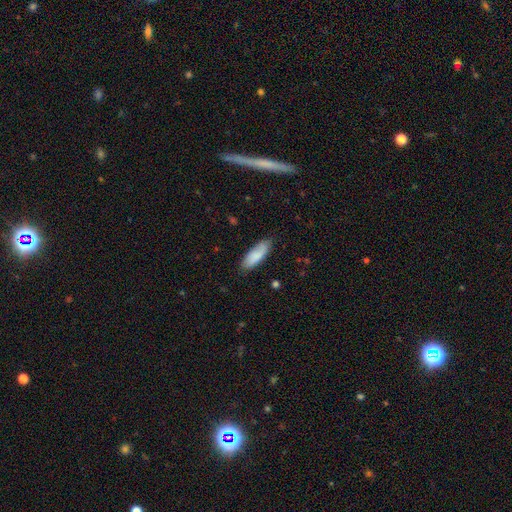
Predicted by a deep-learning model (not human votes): Smooth or featured? Predicted: smooth (p=0.85). How rounded? Predicted: in between (p=0.66). Merging? Predicted: none (p=0.80).